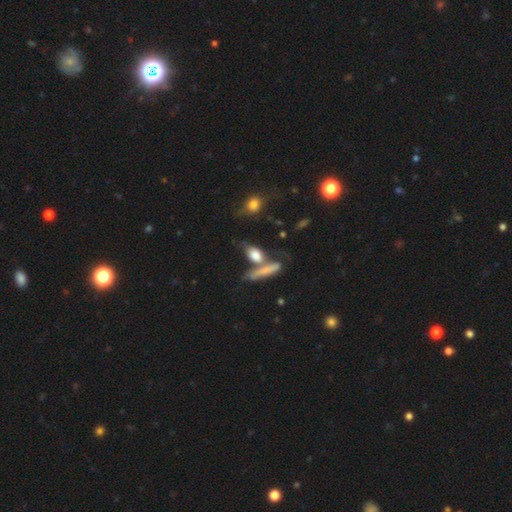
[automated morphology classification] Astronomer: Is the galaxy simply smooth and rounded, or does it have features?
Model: smooth — 69%.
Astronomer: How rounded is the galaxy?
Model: in between — 49% (runner-up: cigar-shaped, 37%).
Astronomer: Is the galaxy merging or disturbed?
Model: none — 41% (runner-up: merger, 35%).